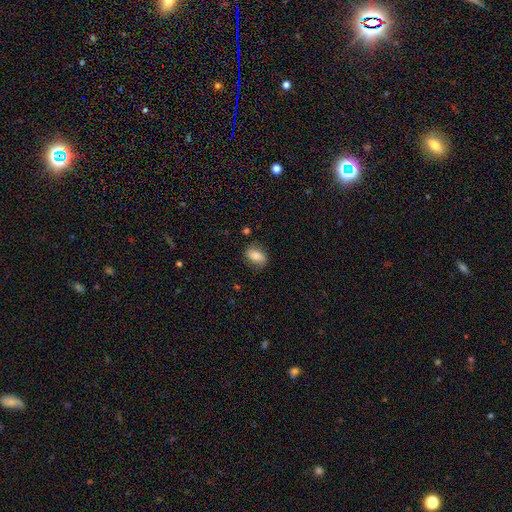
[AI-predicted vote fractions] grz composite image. It shows a smooth galaxy with no disk features (67%) that is in between round and cigar-shaped (79%). Merging: none (78%).